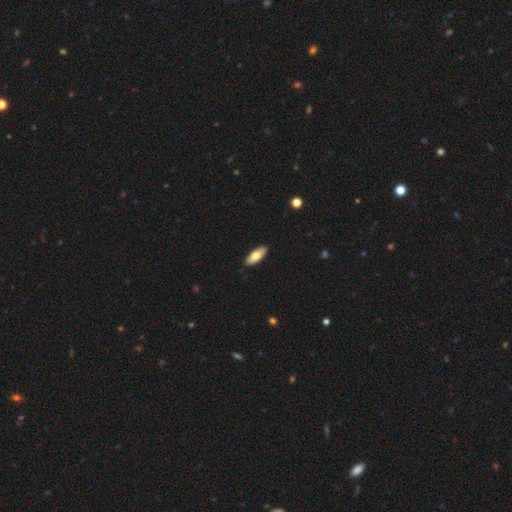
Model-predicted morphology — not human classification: smooth 74%, featured or disk 21%, star or artifact 6%. Down the decision tree: how rounded — in between (83%); merging — none (89%).